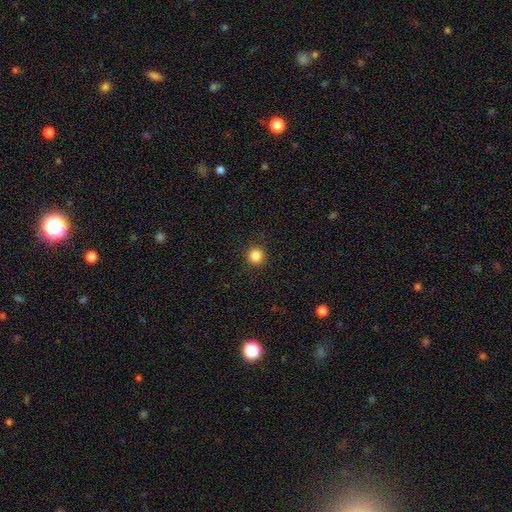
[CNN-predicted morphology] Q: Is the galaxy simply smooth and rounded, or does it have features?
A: smooth — 85%.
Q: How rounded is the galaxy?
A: round — 96%.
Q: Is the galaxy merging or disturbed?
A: none — 92%.